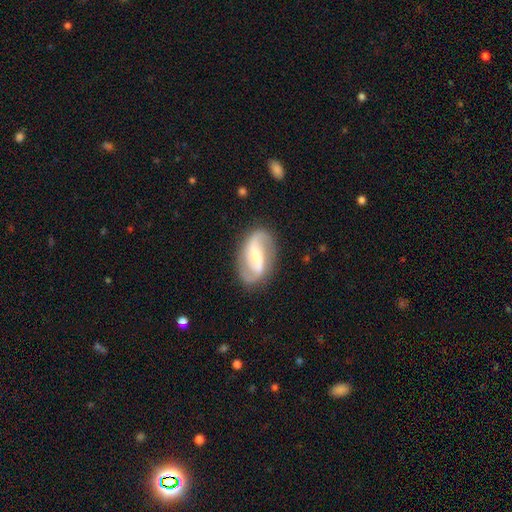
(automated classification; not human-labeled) Morphology: type=featured or disk (86%); edge-on=no (97%); bar=weak (40%); spiral arms=yes (96%); winding=medium (45%); arm count=2 (92%); bulge=small (50%); merging=none (83%).